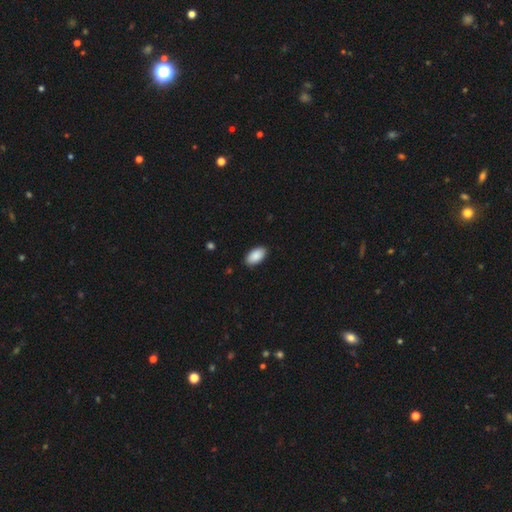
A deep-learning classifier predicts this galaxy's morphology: Smooth or featured? smooth (90%)
How rounded? in between (95%)
Merging? none (89%)